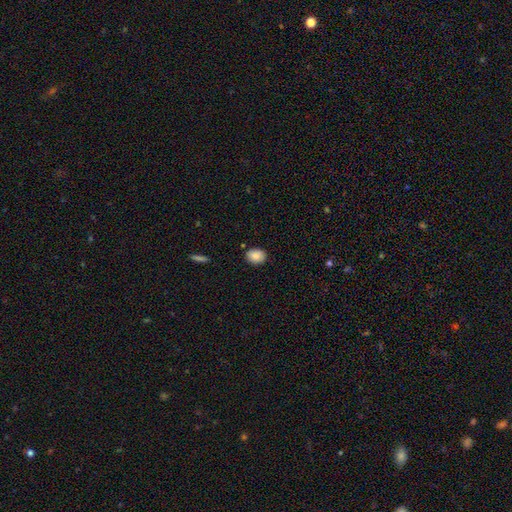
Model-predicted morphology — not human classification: Smooth or featured: smooth — 88% (star or artifact — 8%)
How rounded: in between — 51% (round — 48%)
Merging: none — 85% (minor disturbance — 11%)